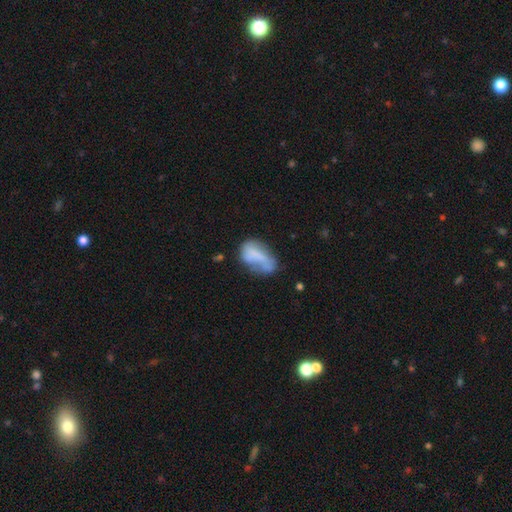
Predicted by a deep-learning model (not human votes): smooth_or_featured: smooth (p=0.57) [alt: featured or disk p=0.34]
how_rounded: in between (p=0.89) [alt: round p=0.07]
merging: none (p=0.32) [alt: minor disturbance p=0.29]